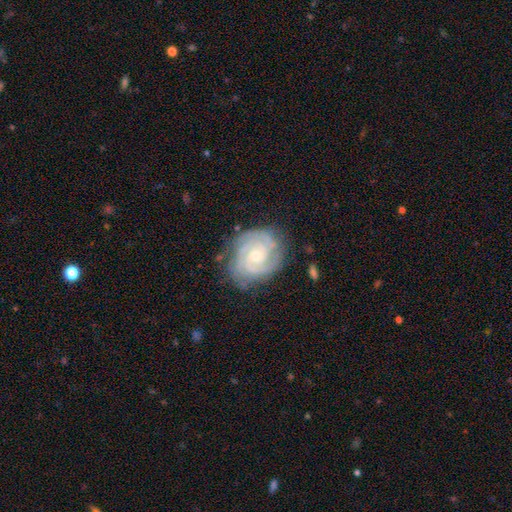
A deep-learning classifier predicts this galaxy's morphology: This appears to be a featured or disk galaxy (89%) with no bar (68%), 2 (36%) tight (76%) spiral arms (98%) and a small central bulge (60%). Merging: none (78%).